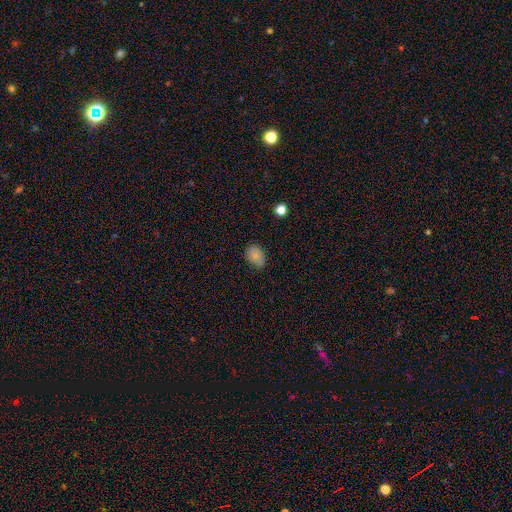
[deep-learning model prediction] Smooth or featured?
  - smooth: 83% *
  - star or artifact: 10%
  - featured or disk: 6%
How rounded?
  - in between: 83% *
  - round: 16%
  - cigar-shaped: 1%
Merging?
  - none: 76% *
  - minor disturbance: 19%
  - major disturbance: 4%
  - merger: 1%